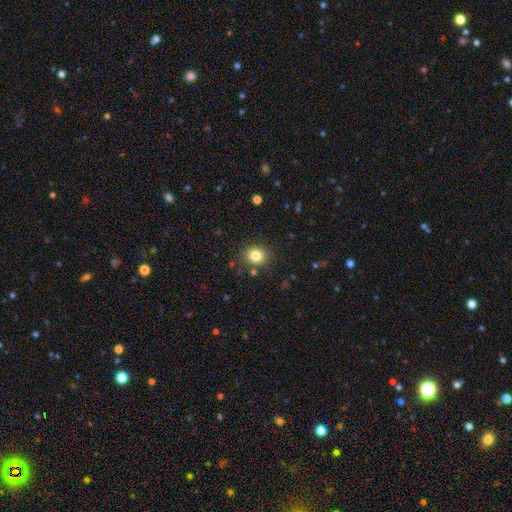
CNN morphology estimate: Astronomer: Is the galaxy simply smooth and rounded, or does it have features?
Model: smooth — 82%.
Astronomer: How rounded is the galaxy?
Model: round — 73%.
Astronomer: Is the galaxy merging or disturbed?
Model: none — 85%.